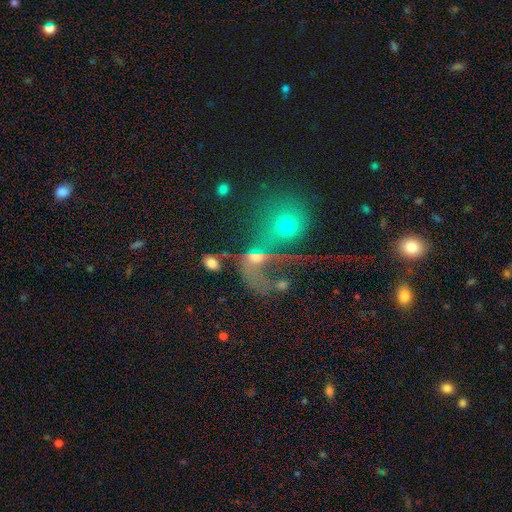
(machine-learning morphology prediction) The model was most divided on "smooth or featured": smooth: 45%, featured or disk: 35%, star or artifact: 20%. Remaining: merging — merger (44%).